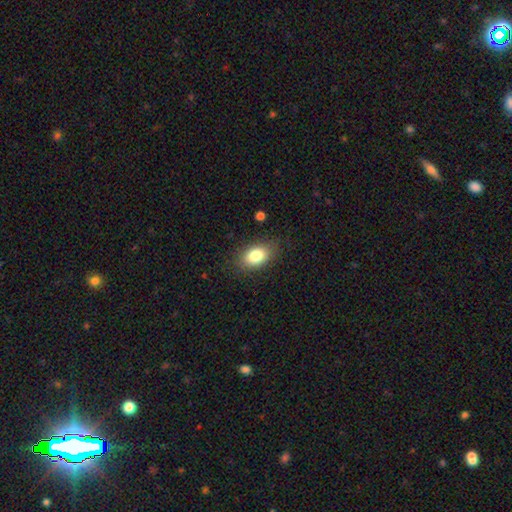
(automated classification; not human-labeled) Morphology: type=smooth (82%); roundness=in between (85%); merging=none (82%).